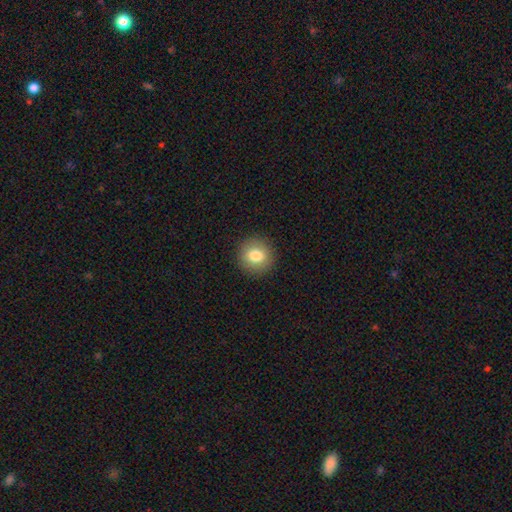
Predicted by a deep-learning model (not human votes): Overall: smooth (80%). How rounded: round (88%). Merging: none (91%).